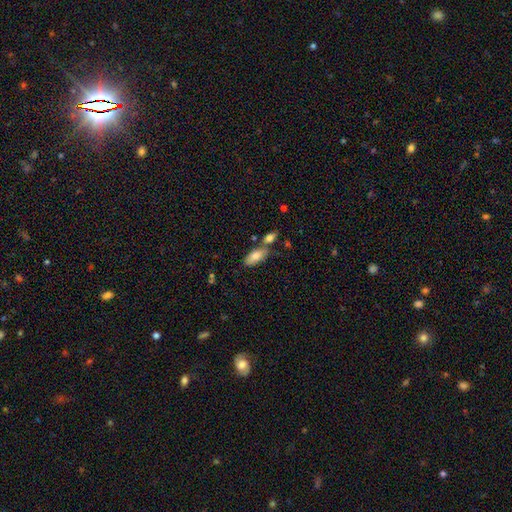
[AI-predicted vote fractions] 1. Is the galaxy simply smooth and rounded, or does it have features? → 77% smooth, 16% featured or disk, 6% star or artifact.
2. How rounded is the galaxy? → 84% in between, 14% cigar-shaped, 2% round.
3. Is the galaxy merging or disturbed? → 58% none, 26% merger, 13% minor disturbance, 3% major disturbance.